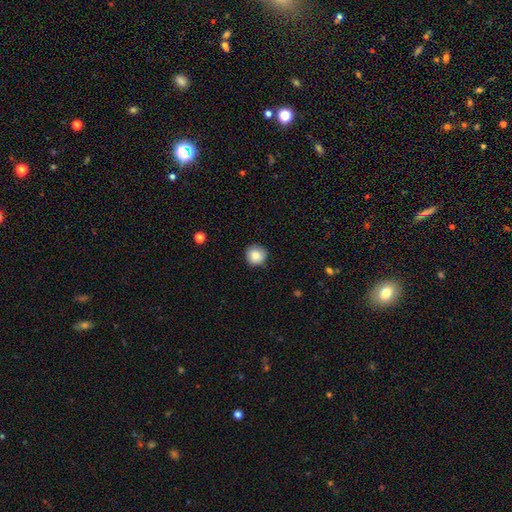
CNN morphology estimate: This appears to be a smooth galaxy with no disk features (84%) that is round (93%). Merging: none (84%).